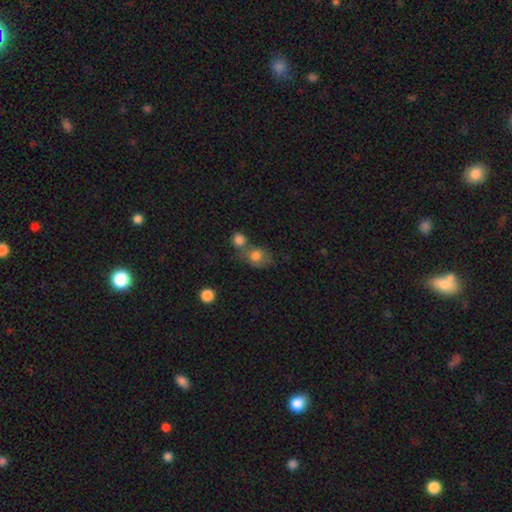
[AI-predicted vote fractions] This is likely a smooth galaxy (77%). How rounded: possibly round (52%). Merging: possibly merger (45%).